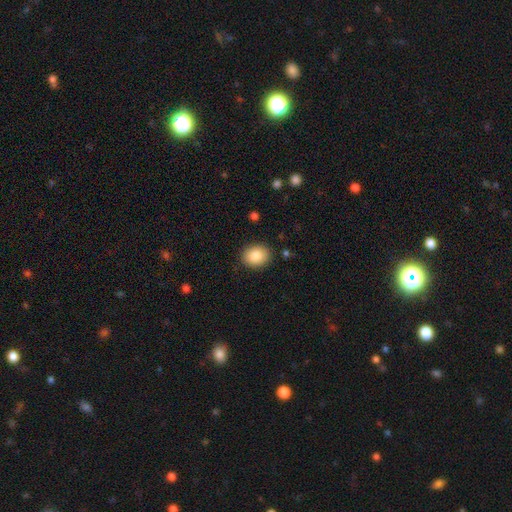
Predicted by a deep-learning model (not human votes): smooth 85%, star or artifact 8%, featured or disk 7%. Down the decision tree: how rounded — in between (53%); merging — none (88%).